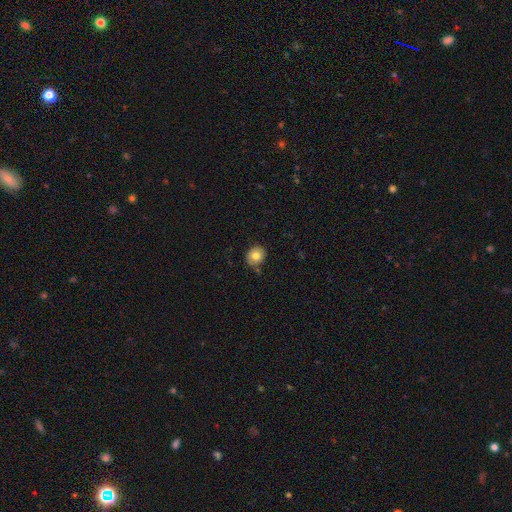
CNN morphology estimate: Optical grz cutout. It shows a smooth galaxy with no disk features (78%) that is round (77%). Merging: none (81%).